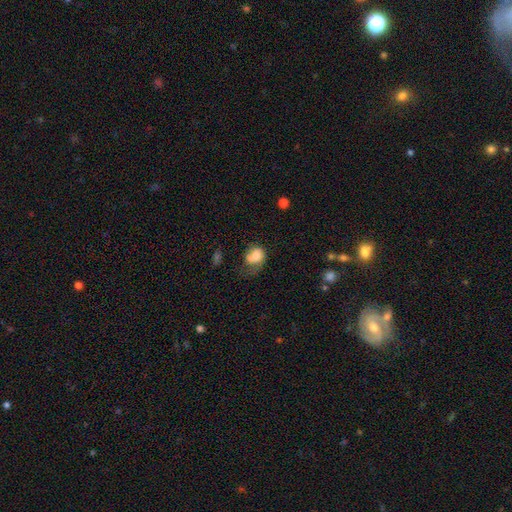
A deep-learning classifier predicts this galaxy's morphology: Smooth or featured? smooth (61%)
How rounded? in between (50%)
Merging? major disturbance (38%)